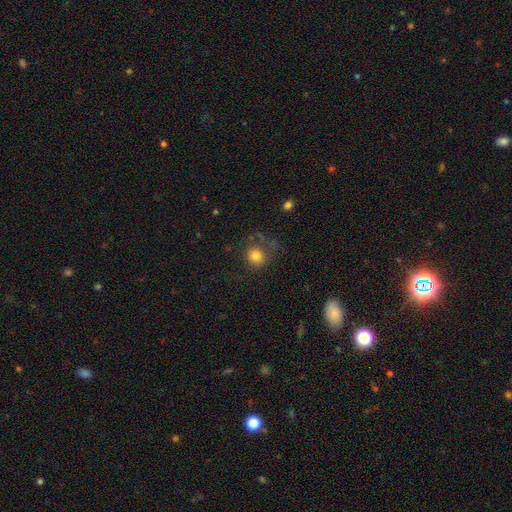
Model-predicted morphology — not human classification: This is likely a smooth galaxy (80%). How rounded: clearly round (88%). Merging: likely none (74%).